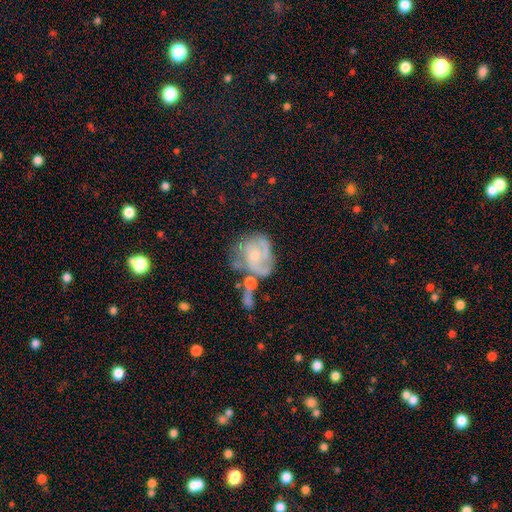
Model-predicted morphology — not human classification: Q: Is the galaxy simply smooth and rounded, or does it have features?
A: featured or disk — 72%.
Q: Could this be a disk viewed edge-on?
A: no — 98%.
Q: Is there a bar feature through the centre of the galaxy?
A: no — 72%.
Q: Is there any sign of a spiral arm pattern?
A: yes — 83%.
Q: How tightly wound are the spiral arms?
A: medium — 45%.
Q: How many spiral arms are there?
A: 3 — 31%.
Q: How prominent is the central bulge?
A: small — 57%.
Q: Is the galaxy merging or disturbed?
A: none — 36%.